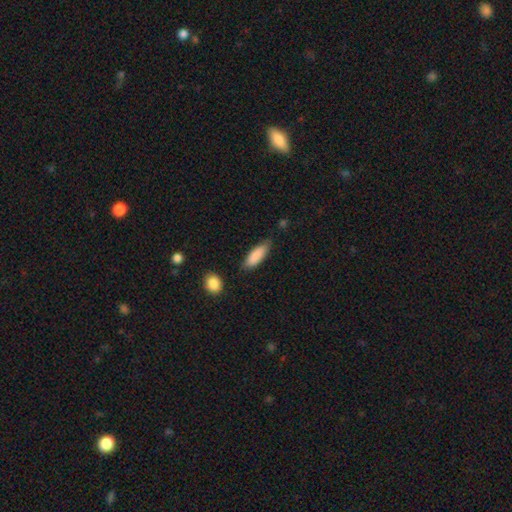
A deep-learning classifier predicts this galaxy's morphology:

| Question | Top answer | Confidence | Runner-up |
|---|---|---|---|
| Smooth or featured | smooth | 87% | featured or disk (8%) |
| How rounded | in between | 59% | cigar-shaped (39%) |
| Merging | none | 75% | minor disturbance (18%) |